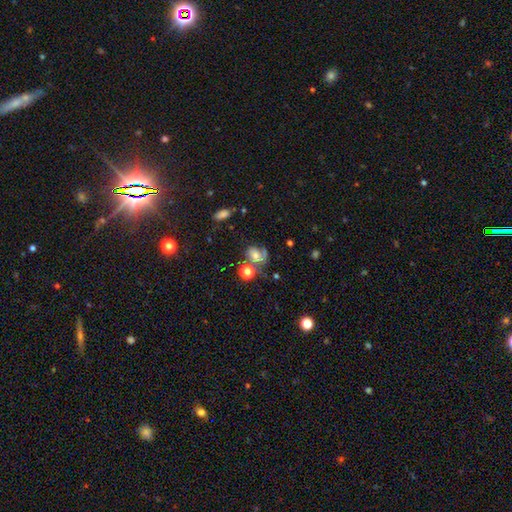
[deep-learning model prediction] Overall: featured or disk (49%; smooth 36%). Merging: none (42%; minor disturbance 21%).